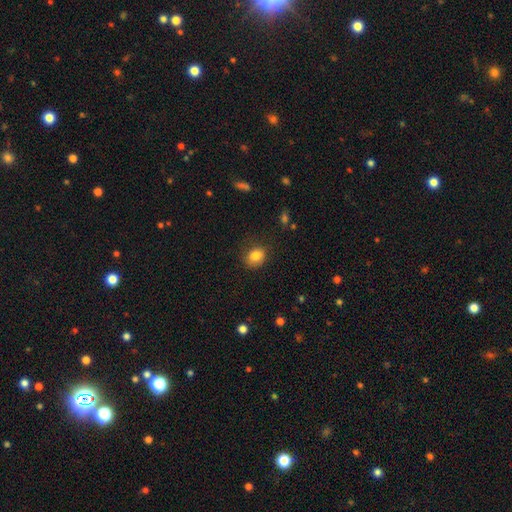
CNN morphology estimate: Smooth or featured?
  - smooth: 83% *
  - star or artifact: 10%
  - featured or disk: 7%
How rounded?
  - round: 53% *
  - in between: 46%
  - cigar-shaped: 1%
Merging?
  - none: 75% *
  - minor disturbance: 18%
  - major disturbance: 6%
  - merger: 1%